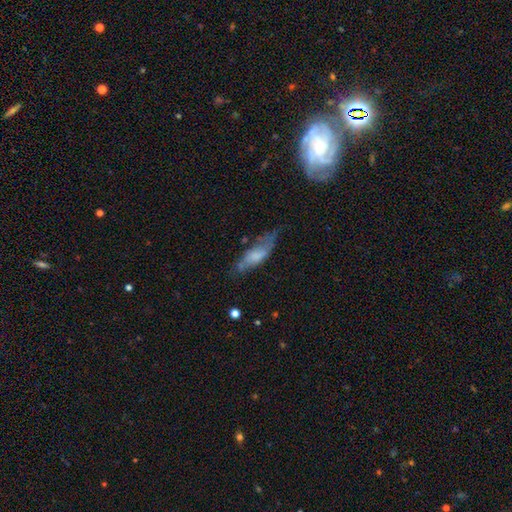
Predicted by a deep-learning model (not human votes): Overall: smooth (53%; featured or disk 40%). How rounded: in between (52%; cigar-shaped 46%). Merging: none (48%; minor disturbance 31%).